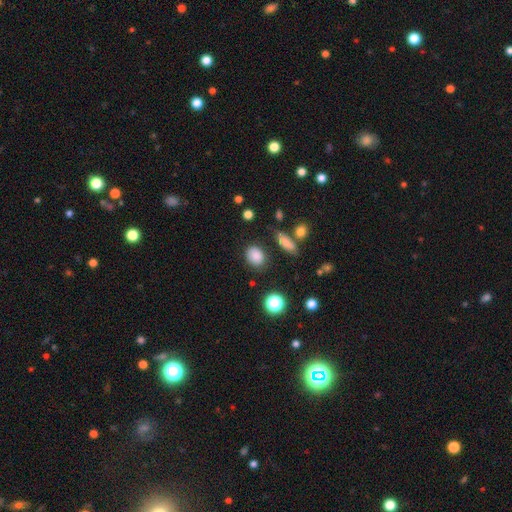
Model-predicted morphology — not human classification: A smooth galaxy with no disk features (83%) that is in between round and cigar-shaped (55%).

Vote fractions:
- Smooth or featured? smooth: 83% / star or artifact: 11% / featured or disk: 6%
- How rounded? in between: 55% / round: 43% / cigar-shaped: 2%
- Merging? none: 78% / minor disturbance: 14% / major disturbance: 4% / merger: 4%